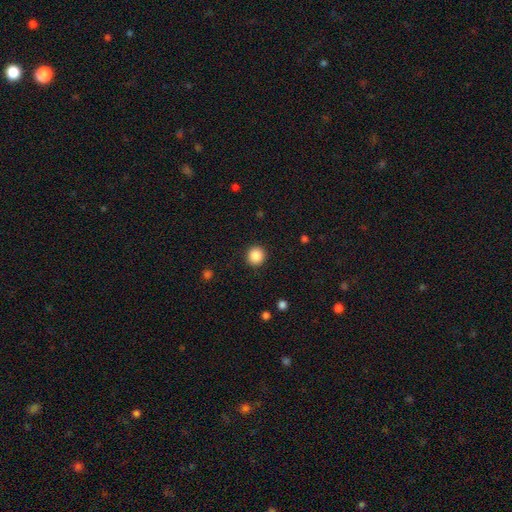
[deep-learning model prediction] A smooth galaxy with no disk features (87%) that is round (92%).

Vote fractions:
- Smooth or featured? smooth: 87% / star or artifact: 9% / featured or disk: 3%
- How rounded? round: 92% / in between: 7% / cigar-shaped: 1%
- Merging? none: 92% / minor disturbance: 5% / major disturbance: 2% / merger: 1%